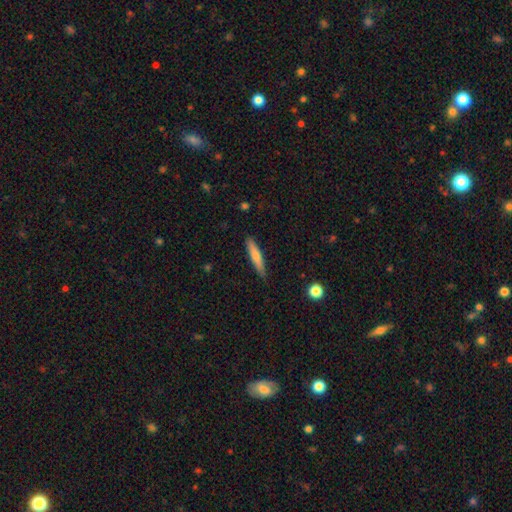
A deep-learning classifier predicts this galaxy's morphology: A smooth galaxy with no disk features (66%) that is cigar-shaped (87%). Merging: none (84%).